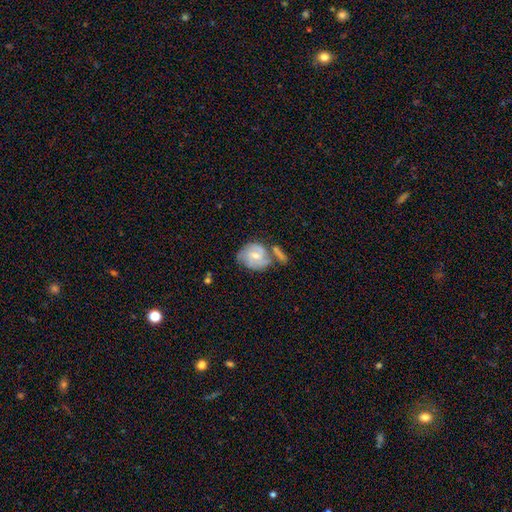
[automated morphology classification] Smooth or featured? featured or disk (69%)
Edge-on disk? no (97%)
Bar? no (47%)
Spiral arms? yes (88%)
Spiral winding? tight (48%)
Spiral arm count? 2 (43%)
Bulge size? small (50%)
Merging? none (41%)